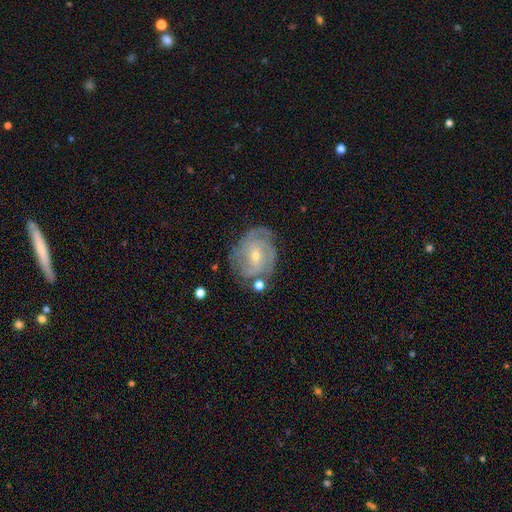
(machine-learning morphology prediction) A featured or disk galaxy (81%) with no bar (53%), tight (64%) spiral arms (92%) and a small central bulge (61%).

Vote fractions:
- Smooth or featured? featured or disk: 81% / smooth: 12% / star or artifact: 7%
- Edge-on disk? no: 97% / yes: 3%
- Bar? no: 53% / weak: 38% / strong: 9%
- Spiral arms? yes: 92% / no: 8%
- Spiral winding? tight: 64% / medium: 28% / loose: 7%
- Spiral arm count? can't tell: 34% / 3: 24% / 2: 20% / 4: 12% / 1: 5% / more than 4: 5%
- Bulge size? small: 61% / moderate: 36% / large: 1% / none: 1% / dominant: 1%
- Merging? none: 69% / minor disturbance: 19% / major disturbance: 7% / merger: 5%